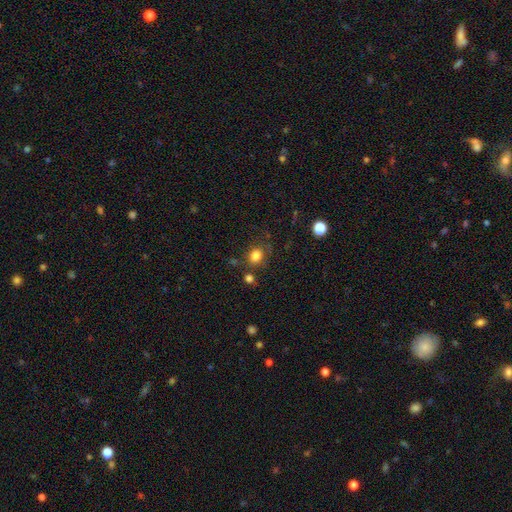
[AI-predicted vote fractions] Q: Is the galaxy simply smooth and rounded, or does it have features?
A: smooth — 81%.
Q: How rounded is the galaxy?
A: round — 65%.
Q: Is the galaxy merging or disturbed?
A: none — 71%.